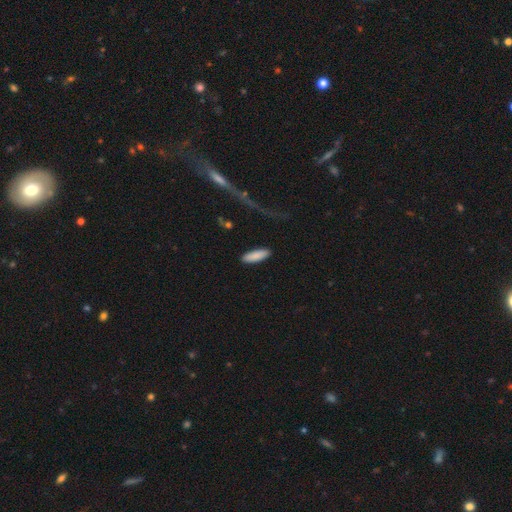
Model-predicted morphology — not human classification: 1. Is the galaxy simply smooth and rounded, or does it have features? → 88% smooth, 6% star or artifact, 6% featured or disk.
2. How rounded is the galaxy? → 54% in between, 45% cigar-shaped, 2% round.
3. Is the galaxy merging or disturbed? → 88% none, 9% minor disturbance, 2% major disturbance, 1% merger.